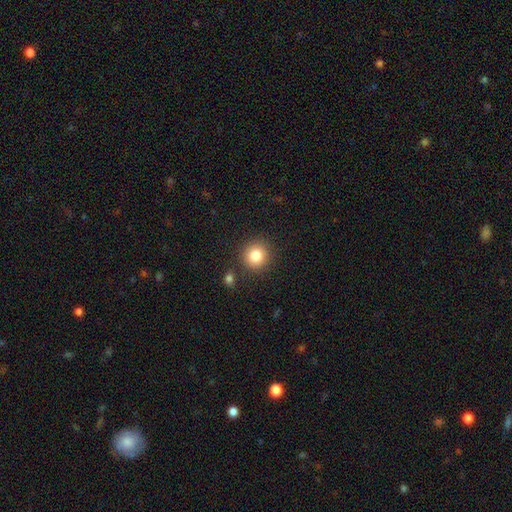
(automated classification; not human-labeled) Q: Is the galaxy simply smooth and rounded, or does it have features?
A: smooth — 84%.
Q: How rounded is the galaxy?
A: round — 92%.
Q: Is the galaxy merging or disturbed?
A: none — 86%.